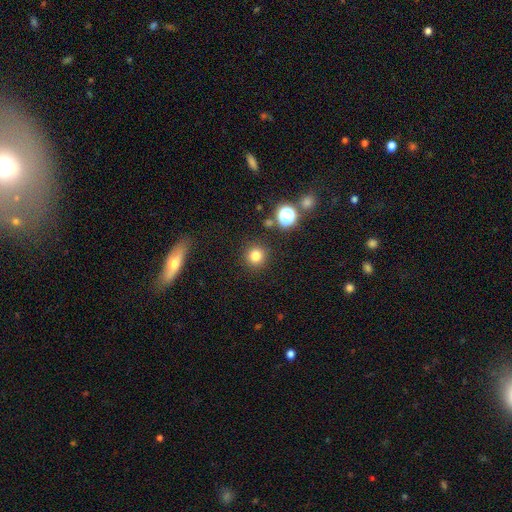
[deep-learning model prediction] smooth 79%, star or artifact 15%, featured or disk 6%. Down the decision tree: how rounded — round (94%); merging — none (89%).